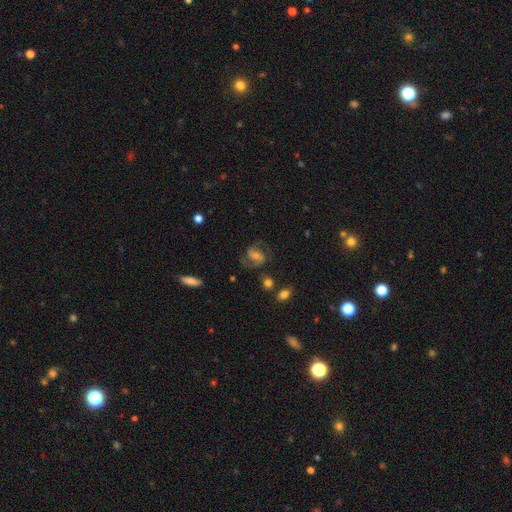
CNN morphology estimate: Smooth or featured?
  - featured or disk: 71% *
  - smooth: 17%
  - star or artifact: 12%
Edge-on disk?
  - no: 97% *
  - yes: 3%
Bar?
  - weak: 45% *
  - no: 33%
  - strong: 22%
Spiral arms?
  - yes: 93% *
  - no: 7%
Spiral winding?
  - medium: 55% *
  - loose: 25%
  - tight: 20%
Spiral arm count?
  - 2: 87% *
  - can't tell: 6%
  - 1: 2%
  - 3: 2%
  - 4: 1%
  - more than 4: 1%
Bulge size?
  - small: 41% *
  - moderate: 39%
  - none: 10%
  - large: 8%
  - dominant: 2%
Merging?
  - none: 72% *
  - minor disturbance: 15%
  - major disturbance: 10%
  - merger: 2%